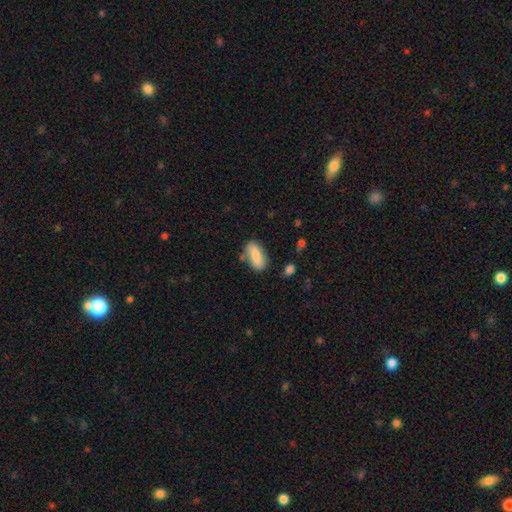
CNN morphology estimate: smooth-or-featured: smooth: 83% | featured or disk: 10% | star or artifact: 7%
  how-rounded: in between: 80% | cigar-shaped: 17% | round: 3%
  merging: none: 69% | minor disturbance: 20% | merger: 6% | major disturbance: 5%